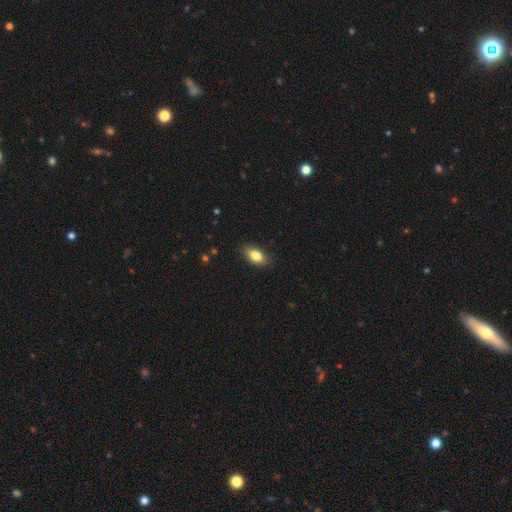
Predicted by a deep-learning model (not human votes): Smooth or featured? smooth (83%)
How rounded? in between (90%)
Merging? none (86%)